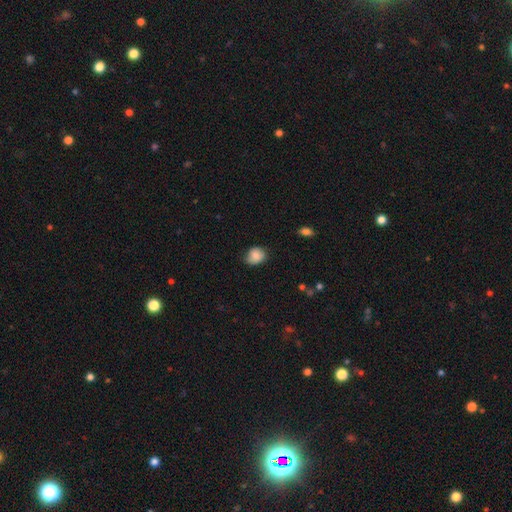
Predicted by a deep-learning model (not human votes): Smooth or featured?
  - smooth: 82% *
  - featured or disk: 10%
  - star or artifact: 8%
How rounded?
  - round: 60% *
  - in between: 39%
  - cigar-shaped: 1%
Merging?
  - none: 67% *
  - minor disturbance: 27%
  - major disturbance: 5%
  - merger: 1%